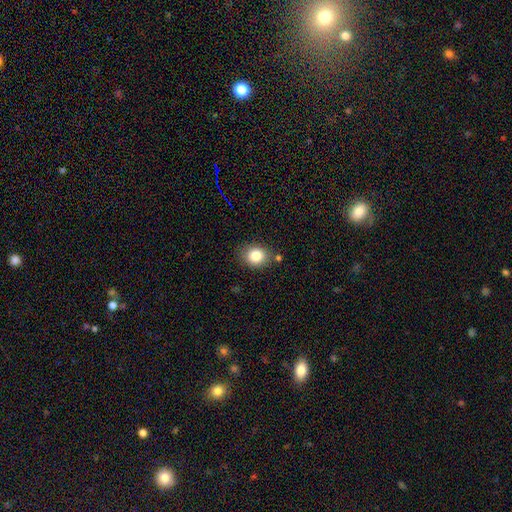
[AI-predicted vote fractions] smooth 82%, star or artifact 10%, featured or disk 8%. Down the decision tree: how rounded — round (57%); merging — none (79%).